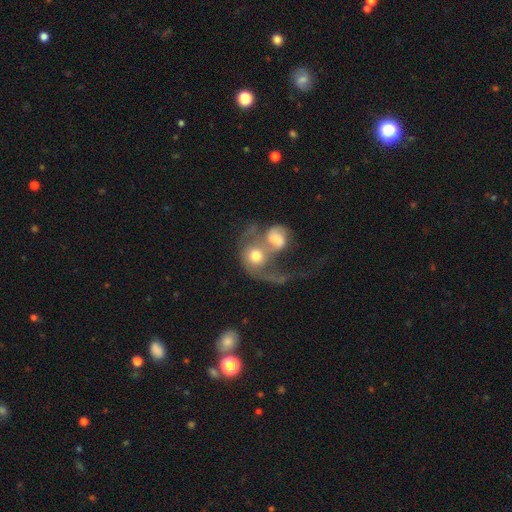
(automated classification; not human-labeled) A featured or disk galaxy (53%) with no bar (71%), spiral arms (73%) and a moderate central bulge (52%).

Vote fractions:
- Smooth or featured? featured or disk: 53% / smooth: 39% / star or artifact: 8%
- Edge-on disk? no: 96% / yes: 4%
- Bar? no: 71% / weak: 23% / strong: 6%
- Spiral arms? yes: 73% / no: 27%
- Bulge size? moderate: 52% / large: 24% / small: 15% / none: 5% / dominant: 4%
- Merging? merger: 74% / major disturbance: 14% / none: 8% / minor disturbance: 4%